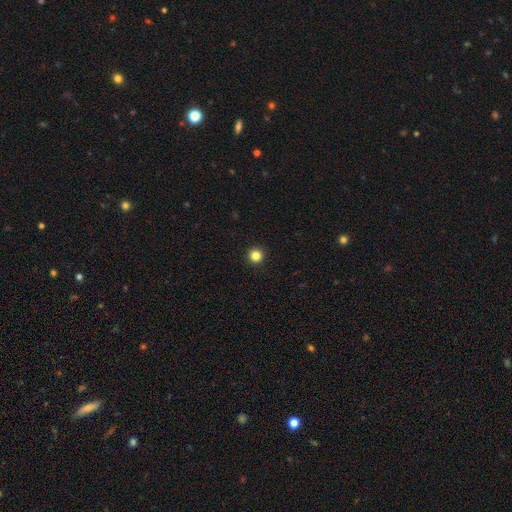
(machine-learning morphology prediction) This appears to be a smooth galaxy with no disk features (84%) that is round (96%). Merging: none (94%).